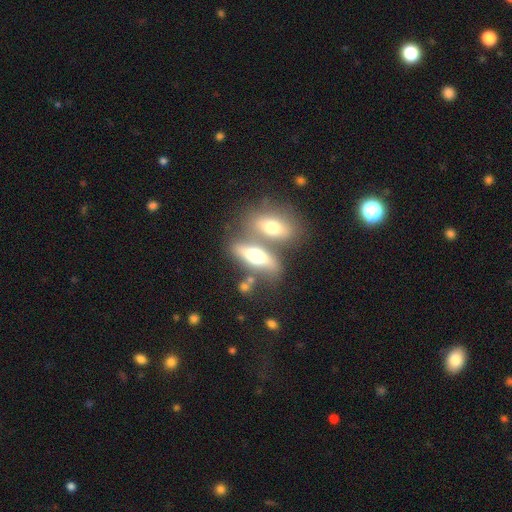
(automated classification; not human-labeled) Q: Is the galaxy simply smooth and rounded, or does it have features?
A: smooth — 51%.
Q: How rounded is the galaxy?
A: in between — 63%.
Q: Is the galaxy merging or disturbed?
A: none — 43%.